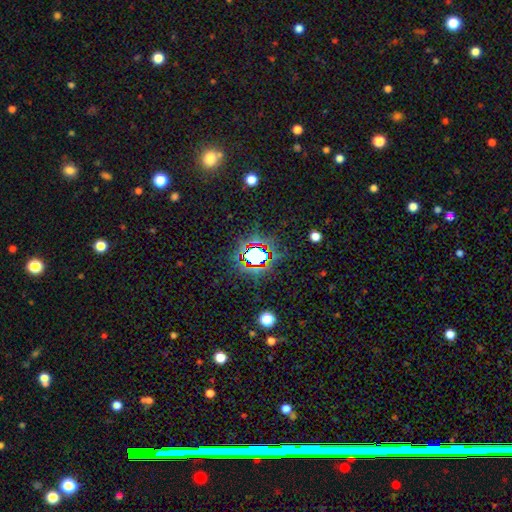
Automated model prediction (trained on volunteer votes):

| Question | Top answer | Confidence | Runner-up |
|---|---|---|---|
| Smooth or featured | star or artifact | 69% | smooth (20%) |